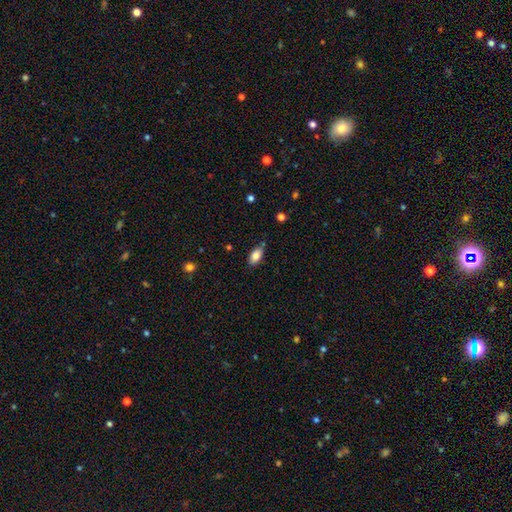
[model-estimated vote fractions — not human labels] Smooth or featured?
  - smooth: 84% *
  - featured or disk: 9%
  - star or artifact: 7%
How rounded?
  - in between: 92% *
  - cigar-shaped: 4%
  - round: 4%
Merging?
  - none: 80% *
  - minor disturbance: 15%
  - major disturbance: 3%
  - merger: 3%